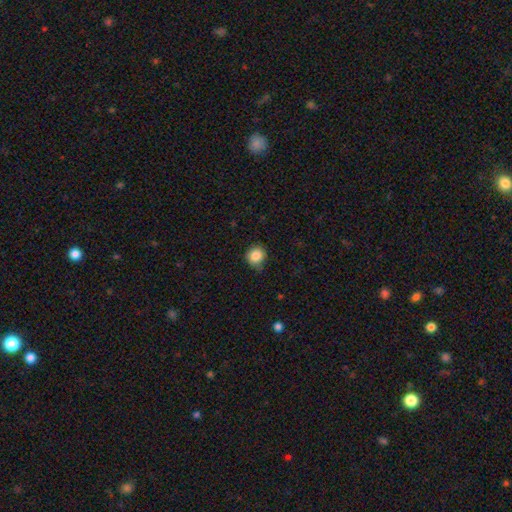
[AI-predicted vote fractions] A smooth galaxy with no disk features (86%) that is round (89%). Merging: none (75%).